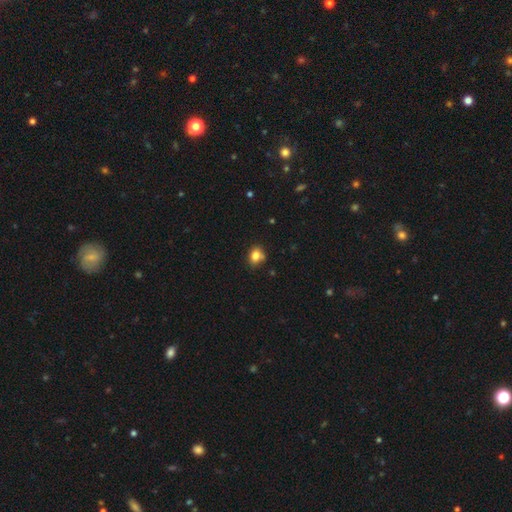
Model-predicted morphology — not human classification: smooth-or-featured: smooth: 81% | star or artifact: 11% | featured or disk: 8%
  how-rounded: round: 56% | in between: 43% | cigar-shaped: 1%
  merging: none: 65% | minor disturbance: 24% | merger: 7% | major disturbance: 5%